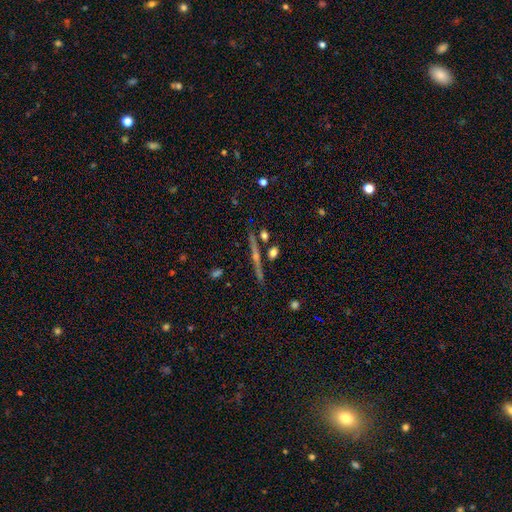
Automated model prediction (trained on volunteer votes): This appears to be a featured or disk galaxy (76%) viewed edge-on (98%) with a rounded central bulge (76%). Merging: none (88%).